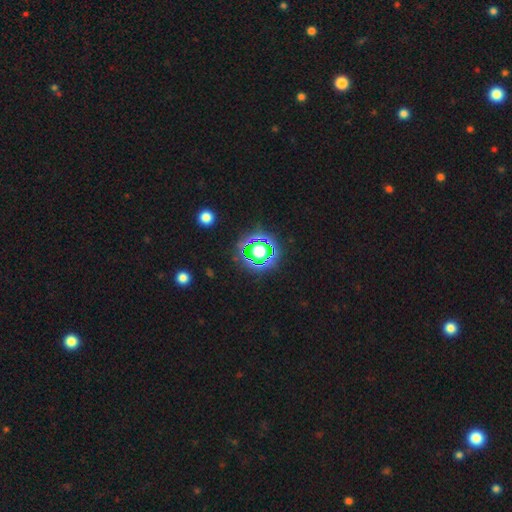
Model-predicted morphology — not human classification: A star or artifact, not a galaxy (81%).

Vote fractions:
- Smooth or featured? star or artifact: 81% / smooth: 12% / featured or disk: 6%